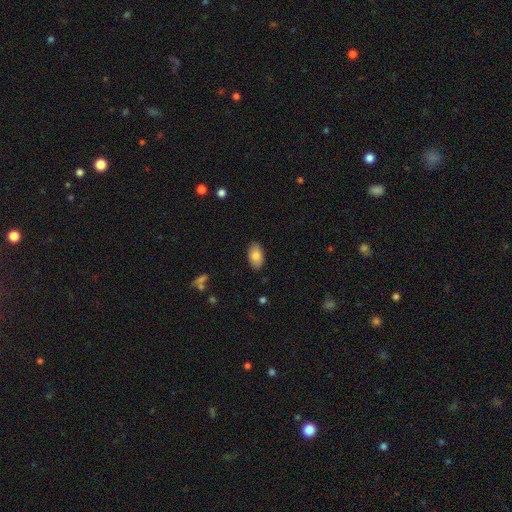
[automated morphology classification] smooth-or-featured: smooth: 81% | featured or disk: 12% | star or artifact: 7%
  how-rounded: in between: 94% | round: 5% | cigar-shaped: 2%
  merging: none: 86% | minor disturbance: 10% | major disturbance: 2% | merger: 1%